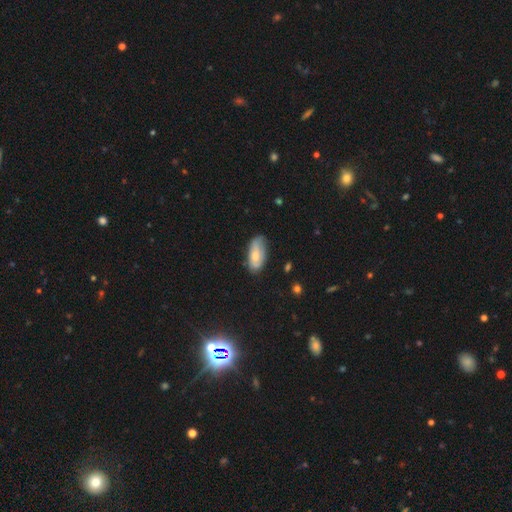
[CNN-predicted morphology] Smooth or featured: smooth — 61% (featured or disk — 32%)
How rounded: in between — 90% (cigar-shaped — 8%)
Merging: none — 62% (minor disturbance — 30%)